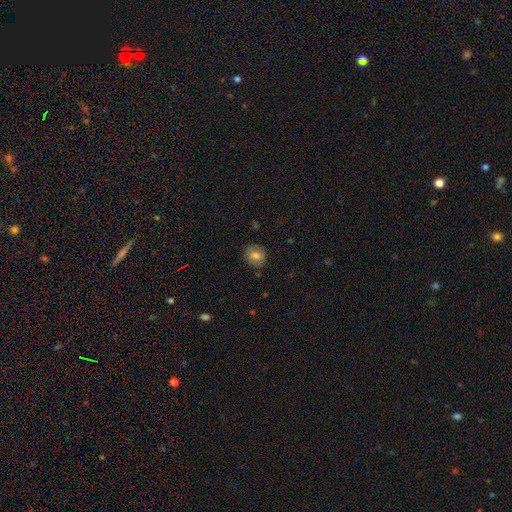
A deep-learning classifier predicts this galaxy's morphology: A smooth galaxy with no disk features (73%) that is round (72%). Merging: none (82%).